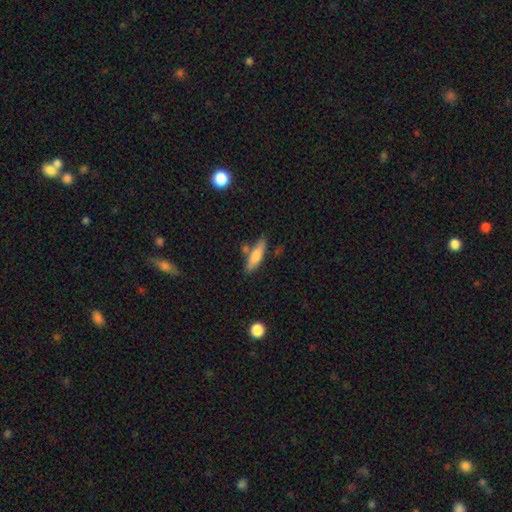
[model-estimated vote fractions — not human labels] smooth_or_featured: smooth (p=0.72) [alt: featured or disk p=0.22]
how_rounded: cigar-shaped (p=0.64) [alt: in between p=0.34]
merging: none (p=0.72) [alt: minor disturbance p=0.14]